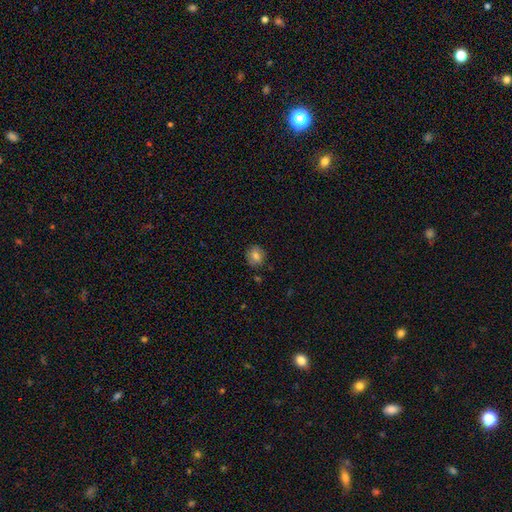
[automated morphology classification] Smooth or featured?
  - smooth: 80% *
  - star or artifact: 10%
  - featured or disk: 10%
How rounded?
  - round: 77% *
  - in between: 22%
  - cigar-shaped: 1%
Merging?
  - none: 85% *
  - minor disturbance: 11%
  - major disturbance: 2%
  - merger: 2%